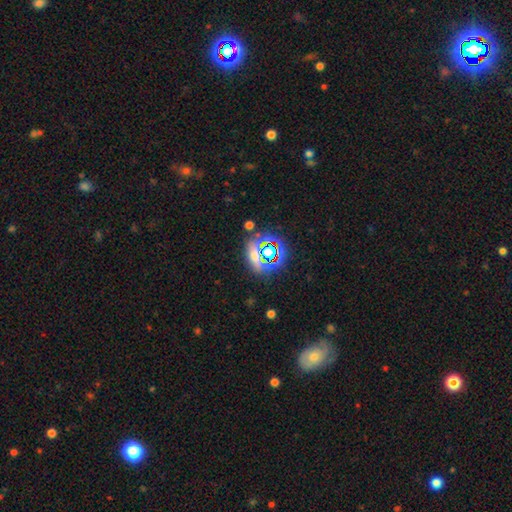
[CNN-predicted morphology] smooth-or-featured: star or artifact: 51% | smooth: 36% | featured or disk: 14%